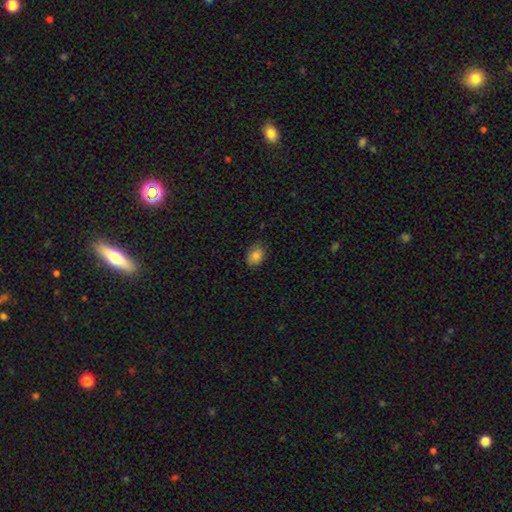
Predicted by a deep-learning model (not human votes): smooth_or_featured: smooth (p=0.84) [alt: star or artifact p=0.09]
how_rounded: in between (p=0.72) [alt: round p=0.27]
merging: none (p=0.82) [alt: minor disturbance p=0.15]